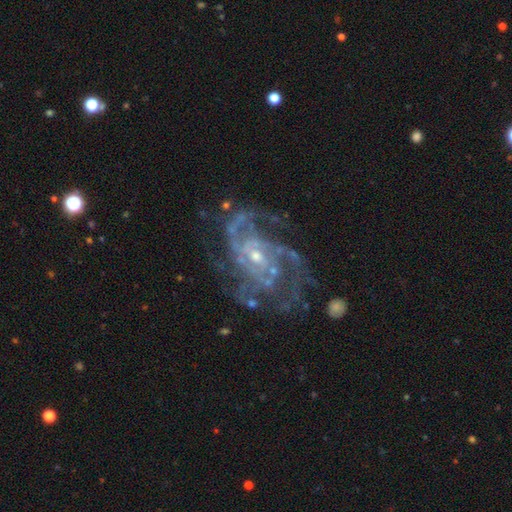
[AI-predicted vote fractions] Smooth or featured? Predicted: featured or disk (p=0.90). Edge-on disk? Predicted: no (p=0.98). Bar? Predicted: no (p=0.54). Spiral arms? Predicted: yes (p=0.96). Spiral winding? Predicted: medium (p=0.44). Spiral arm count? Predicted: 3 (p=0.27). Bulge size? Predicted: small (p=0.65). Merging? Predicted: none (p=0.60).